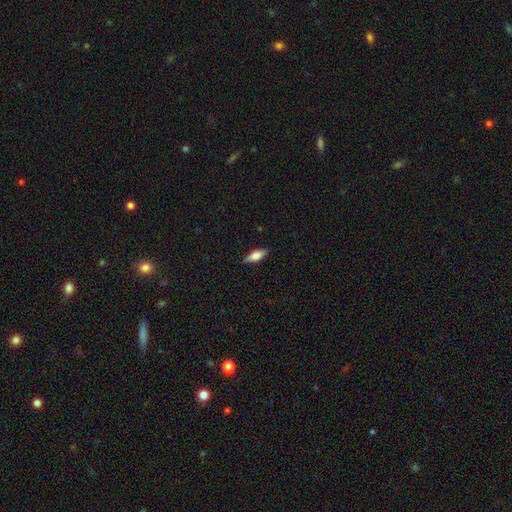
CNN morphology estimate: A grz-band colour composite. It shows a smooth galaxy with no disk features (54%) that is in between round and cigar-shaped (62%). Merging: none (87%).